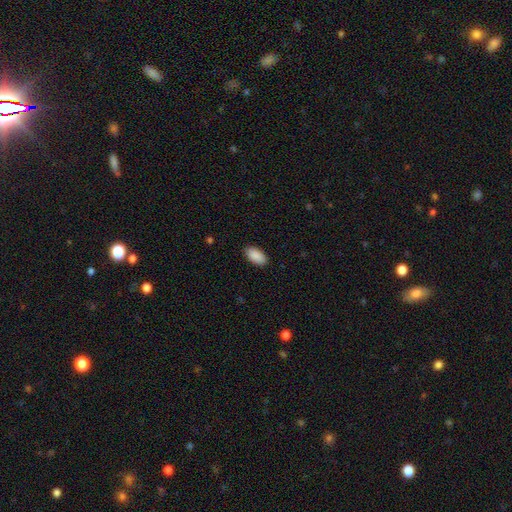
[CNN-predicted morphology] This appears to be a smooth galaxy with no disk features (91%) that is in between round and cigar-shaped (95%). Merging: none (89%).